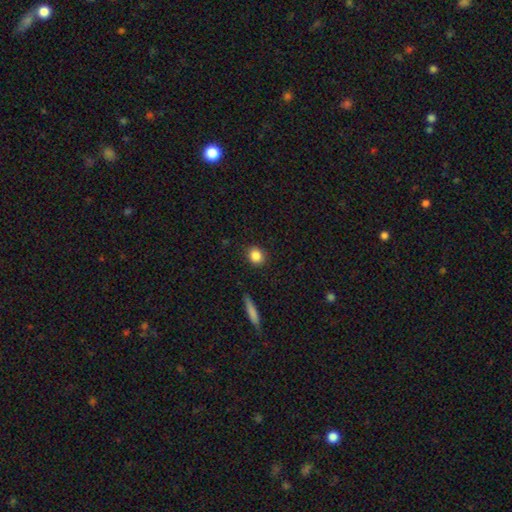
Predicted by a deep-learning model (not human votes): Smooth or featured: smooth — 85% (star or artifact — 9%)
How rounded: round — 76% (in between — 22%)
Merging: none — 89% (minor disturbance — 8%)